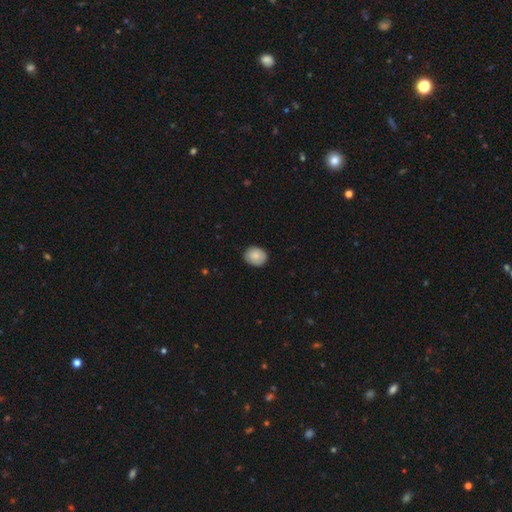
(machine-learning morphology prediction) A smooth galaxy with no disk features (83%) that is round (63%). Merging: none (85%).